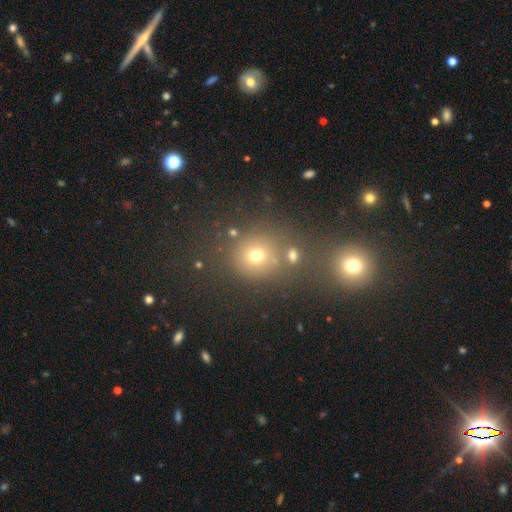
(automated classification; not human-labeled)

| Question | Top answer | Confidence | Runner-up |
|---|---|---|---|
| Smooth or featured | smooth | 69% | star or artifact (20%) |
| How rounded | round | 82% | in between (17%) |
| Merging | none | 64% | merger (19%) |